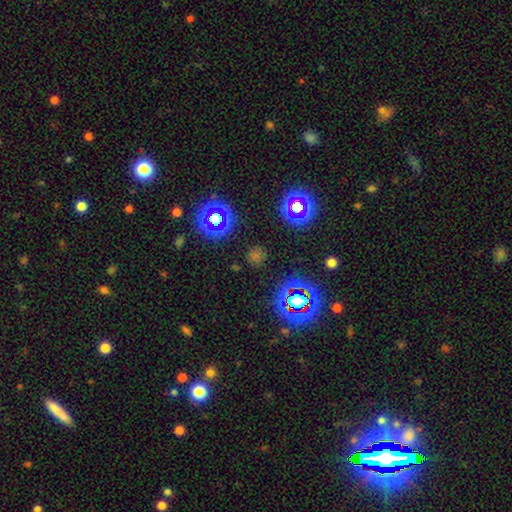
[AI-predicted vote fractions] Smooth or featured? Predicted: star or artifact (p=0.48).